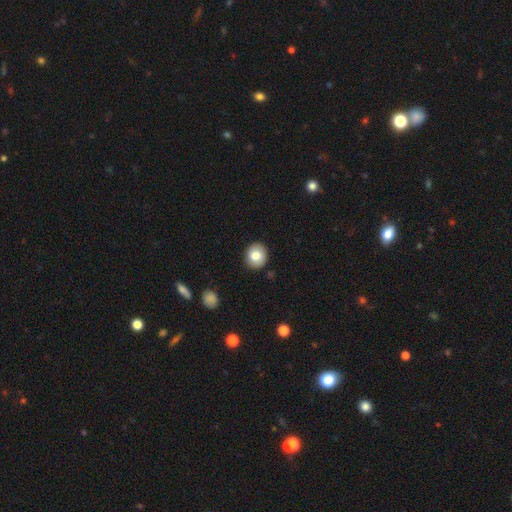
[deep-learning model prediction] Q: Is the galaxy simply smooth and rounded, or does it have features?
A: smooth — 80%.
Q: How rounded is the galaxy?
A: round — 75%.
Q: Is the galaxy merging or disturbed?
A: none — 88%.